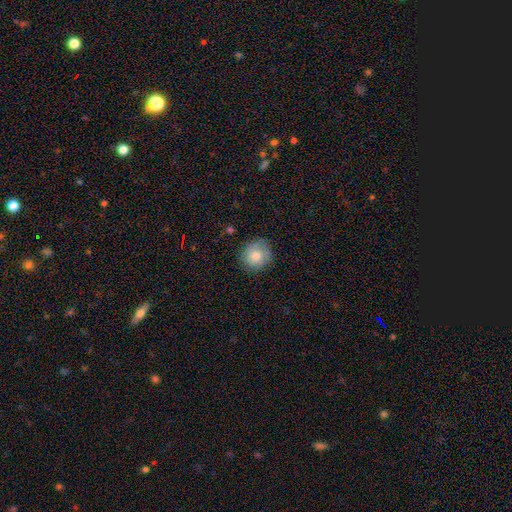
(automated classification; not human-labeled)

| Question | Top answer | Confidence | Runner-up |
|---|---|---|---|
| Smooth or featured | smooth | 79% | featured or disk (13%) |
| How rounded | round | 89% | in between (10%) |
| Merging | none | 82% | minor disturbance (14%) |